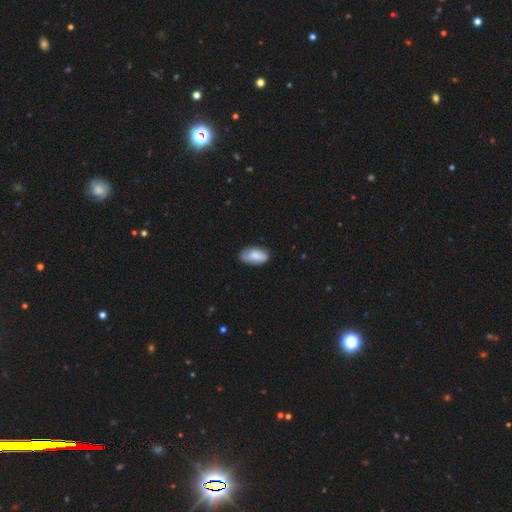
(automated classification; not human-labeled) A smooth galaxy with no disk features (80%) that is in between round and cigar-shaped (92%). Merging: none (73%).